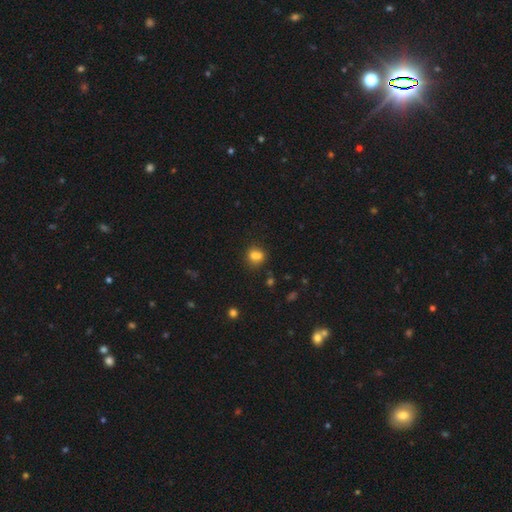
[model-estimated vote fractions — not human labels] Morphology: type=smooth (75%); roundness=round (65%); merging=none (45%).